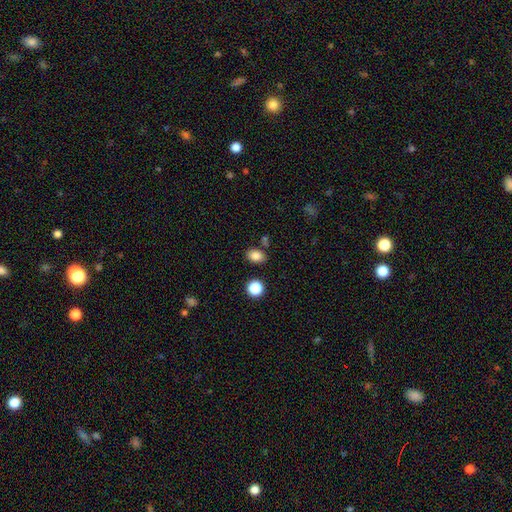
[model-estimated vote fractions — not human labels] Smooth or featured: smooth — 84% (star or artifact — 11%)
How rounded: in between — 77% (round — 22%)
Merging: none — 79% (minor disturbance — 11%)